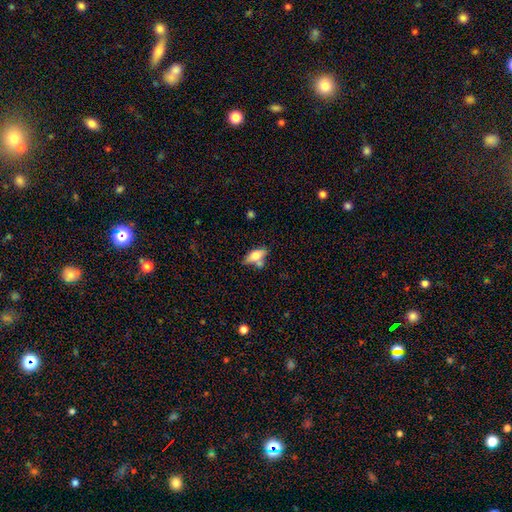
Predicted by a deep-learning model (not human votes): smooth_or_featured: smooth (p=0.63) [alt: featured or disk p=0.29]
how_rounded: in between (p=0.77) [alt: cigar-shaped p=0.18]
merging: none (p=0.52) [alt: merger p=0.22]